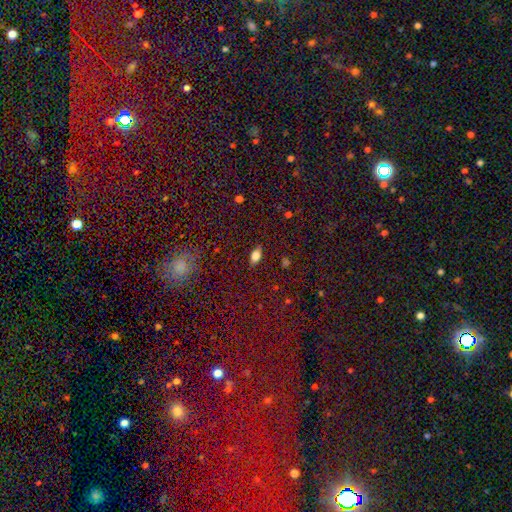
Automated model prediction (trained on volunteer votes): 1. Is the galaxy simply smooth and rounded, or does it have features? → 74% smooth, 16% featured or disk, 10% star or artifact.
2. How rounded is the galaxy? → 85% in between, 9% cigar-shaped, 5% round.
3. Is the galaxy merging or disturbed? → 88% none, 8% minor disturbance, 2% major disturbance, 1% merger.